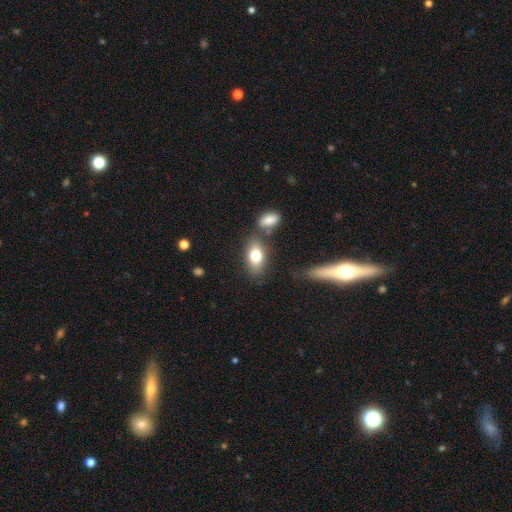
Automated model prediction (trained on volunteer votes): smooth-or-featured: smooth: 76% | featured or disk: 16% | star or artifact: 8%
  how-rounded: in between: 87% | round: 9% | cigar-shaped: 4%
  merging: none: 66% | minor disturbance: 15% | merger: 14% | major disturbance: 5%